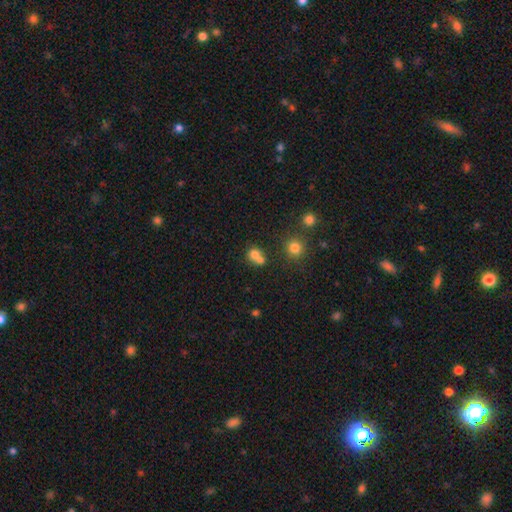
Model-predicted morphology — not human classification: Overall: smooth (73%). How rounded: round (72%). Merging: merger (54%; none 35%).